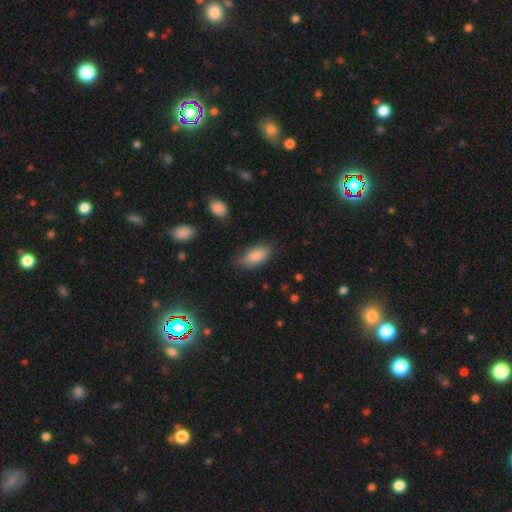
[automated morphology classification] type=smooth (86%); roundness=in between (90%); merging=none (72%).